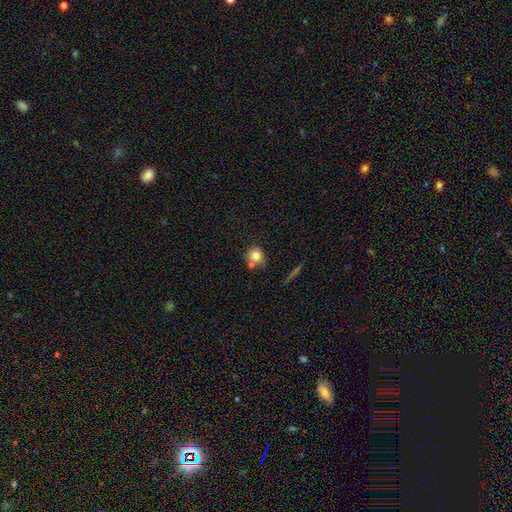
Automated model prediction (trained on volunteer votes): Smooth or featured?
  - smooth: 78% *
  - featured or disk: 11%
  - star or artifact: 10%
How rounded?
  - round: 87% *
  - in between: 12%
  - cigar-shaped: 1%
Merging?
  - none: 58% *
  - merger: 24%
  - minor disturbance: 13%
  - major disturbance: 5%